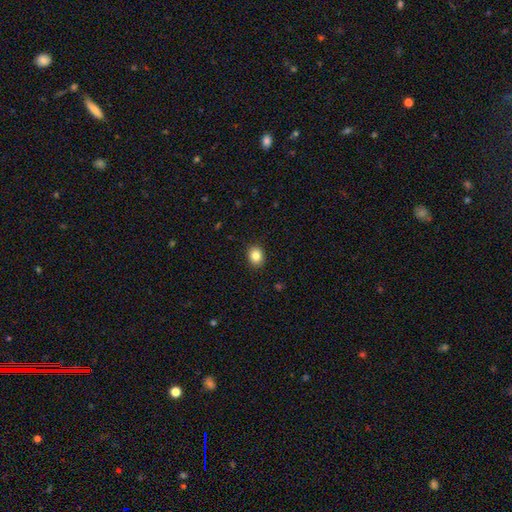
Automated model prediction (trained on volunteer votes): The model was most divided on "how rounded": round: 51%, in between: 48%, cigar-shaped: 1%. More confident: merging — none (90%); smooth or featured — smooth (85%).